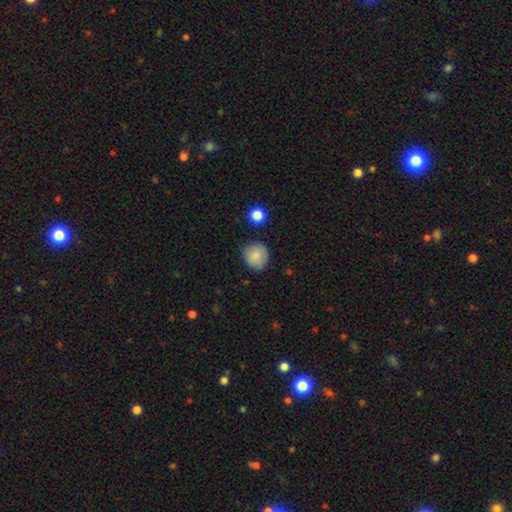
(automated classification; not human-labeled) Smooth or featured: smooth — 86% (star or artifact — 8%)
How rounded: round — 90% (in between — 10%)
Merging: none — 84% (minor disturbance — 12%)